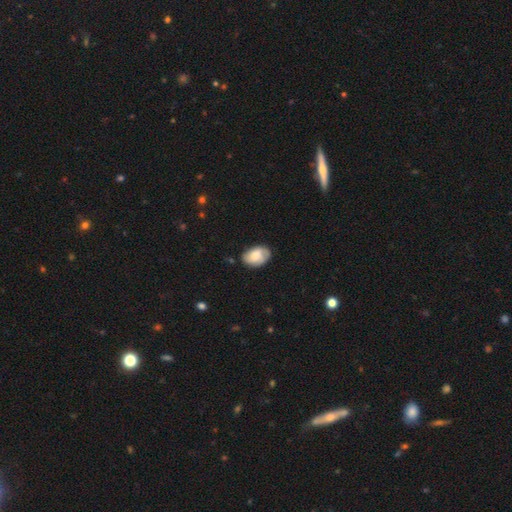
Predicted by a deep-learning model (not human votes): smooth-or-featured: smooth: 59% | featured or disk: 34% | star or artifact: 7%
  how-rounded: in between: 87% | round: 12% | cigar-shaped: 1%
  merging: none: 69% | minor disturbance: 24% | major disturbance: 5% | merger: 2%